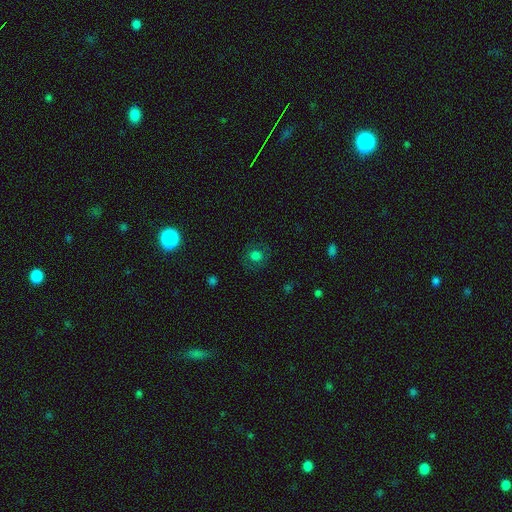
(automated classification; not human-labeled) Q: Smooth or featured?
A: smooth (68%); runner-up: star or artifact (17%)
Q: How rounded?
A: round (84%); runner-up: in between (15%)
Q: Merging?
A: none (79%); runner-up: minor disturbance (12%)